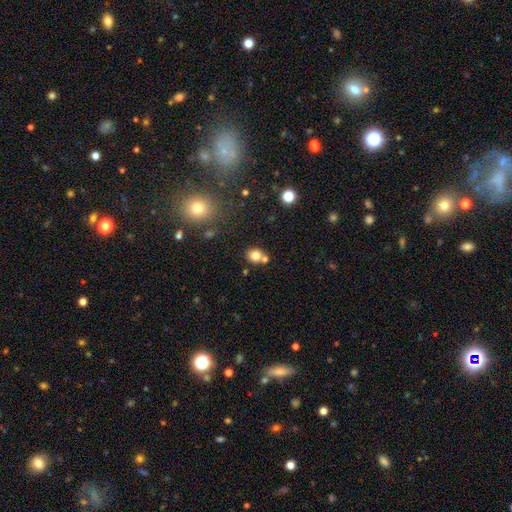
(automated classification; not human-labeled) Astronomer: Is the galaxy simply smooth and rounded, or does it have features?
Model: smooth — 79%.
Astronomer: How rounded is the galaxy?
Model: round — 78%.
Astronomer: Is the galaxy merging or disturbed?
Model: none — 62%.